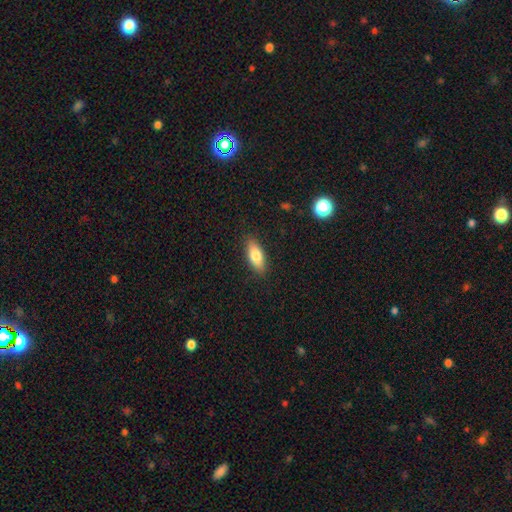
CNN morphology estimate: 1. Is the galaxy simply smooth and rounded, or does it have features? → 79% smooth, 15% featured or disk, 7% star or artifact.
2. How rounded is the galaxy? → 75% in between, 23% cigar-shaped, 3% round.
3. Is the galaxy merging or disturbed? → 87% none, 9% minor disturbance, 2% major disturbance, 1% merger.